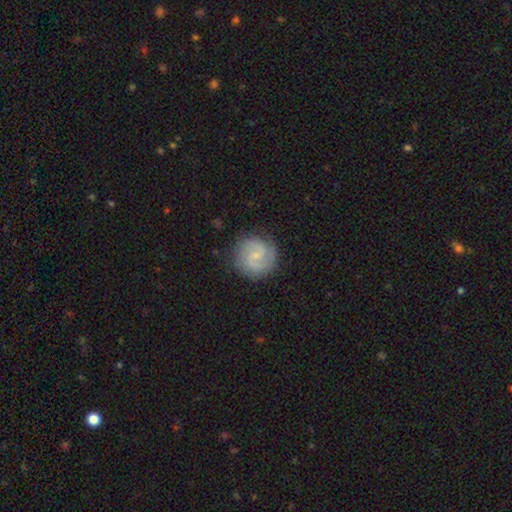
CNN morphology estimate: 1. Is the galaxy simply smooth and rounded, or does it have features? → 77% featured or disk, 18% smooth, 5% star or artifact.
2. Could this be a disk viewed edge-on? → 98% no, 2% yes.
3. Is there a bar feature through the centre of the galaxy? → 50% weak, 42% no, 9% strong.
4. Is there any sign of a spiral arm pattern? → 96% yes, 4% no.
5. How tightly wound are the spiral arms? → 48% medium, 37% tight, 14% loose.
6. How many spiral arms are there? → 88% 2, 5% can't tell, 3% 3, 2% 1, 1% 4, 1% more than 4.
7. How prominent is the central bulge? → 71% small, 16% moderate, 10% none, 1% large, 1% dominant.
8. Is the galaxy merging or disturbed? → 85% none, 11% minor disturbance, 3% major disturbance, 1% merger.